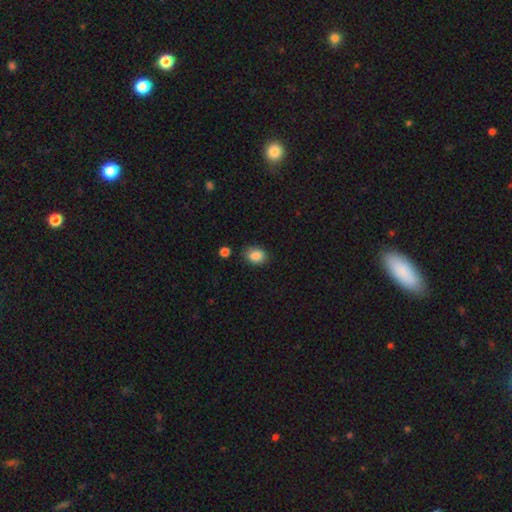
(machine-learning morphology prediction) smooth 87%, star or artifact 9%, featured or disk 5%. Down the decision tree: how rounded — in between (68%); merging — none (81%).